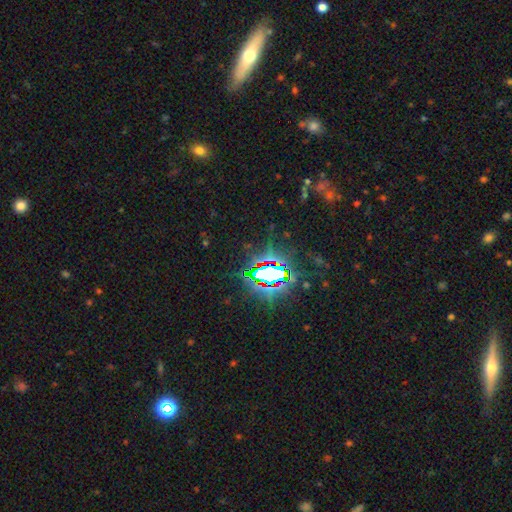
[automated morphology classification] A star or artifact, not a galaxy (81%).